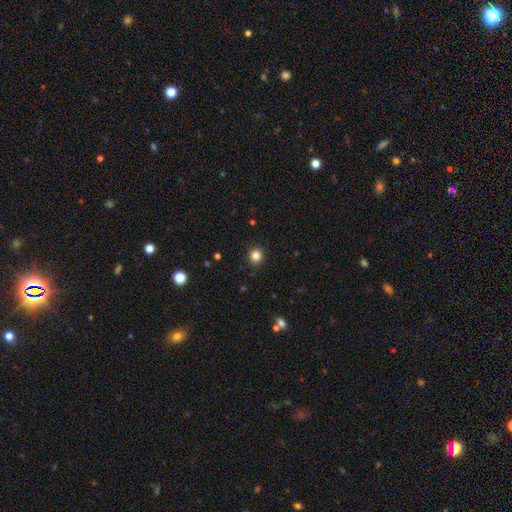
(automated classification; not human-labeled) smooth-or-featured: smooth: 84% | star or artifact: 12% | featured or disk: 5%
  how-rounded: round: 90% | in between: 9% | cigar-shaped: 1%
  merging: none: 92% | minor disturbance: 5% | major disturbance: 2% | merger: 1%